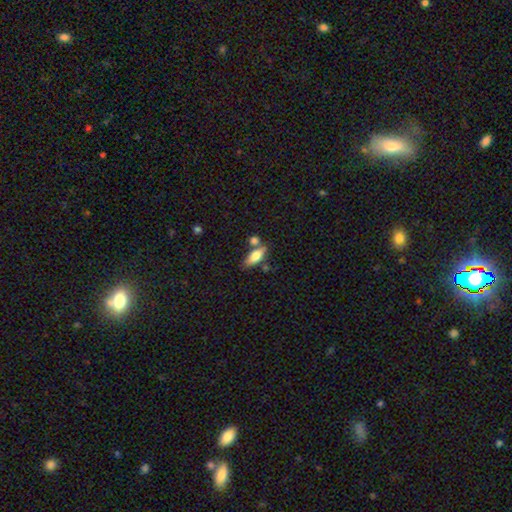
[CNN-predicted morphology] This is likely a smooth galaxy (65%). How rounded: likely in between (66%). Merging: likely none (64%).